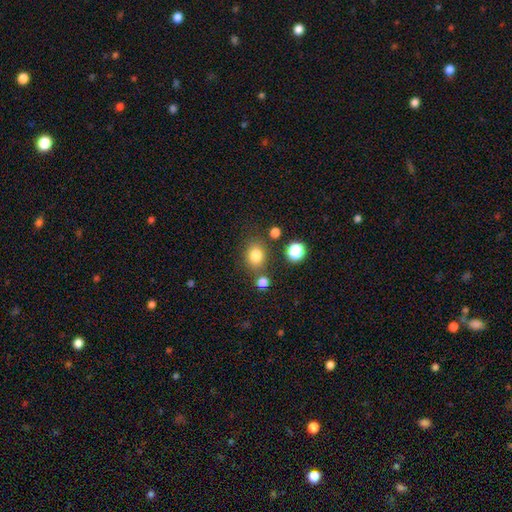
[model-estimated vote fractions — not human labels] This appears to be a smooth galaxy with no disk features (81%) that is round (64%). Merging: none (75%).